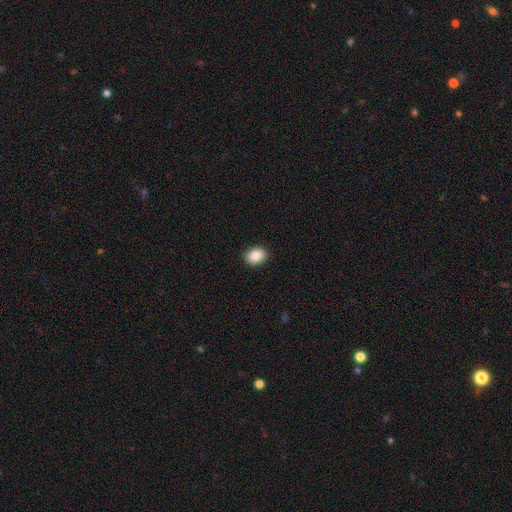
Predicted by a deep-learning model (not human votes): smooth 88%, star or artifact 8%, featured or disk 4%. Down the decision tree: how rounded — in between (64%); merging — none (91%).